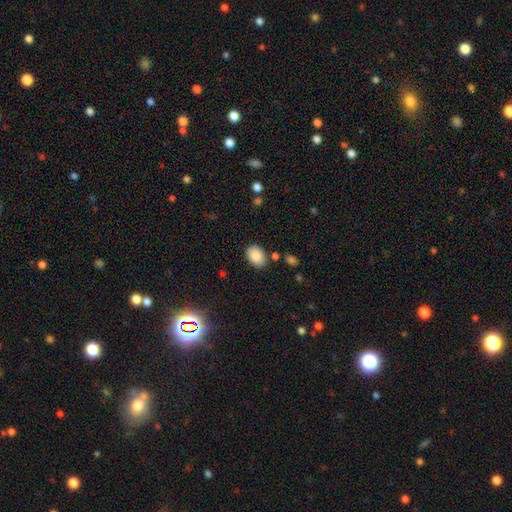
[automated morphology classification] smooth_or_featured: smooth (p=0.86) [alt: star or artifact p=0.08]
how_rounded: in between (p=0.79) [alt: round p=0.20]
merging: none (p=0.82) [alt: minor disturbance p=0.11]